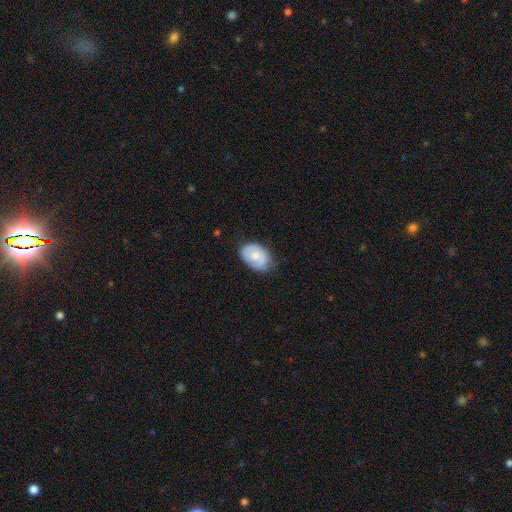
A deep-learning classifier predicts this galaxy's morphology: smooth 71%, featured or disk 23%, star or artifact 7%. Down the decision tree: how rounded — in between (83%); merging — none (64%).